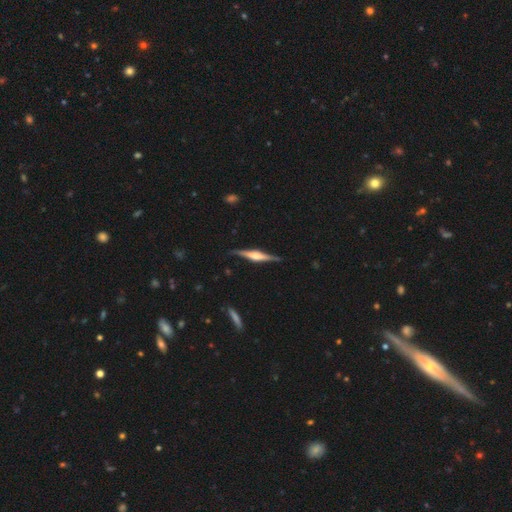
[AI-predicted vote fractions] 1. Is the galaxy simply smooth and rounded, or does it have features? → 79% featured or disk, 16% smooth, 5% star or artifact.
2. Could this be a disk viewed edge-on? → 98% yes, 2% no.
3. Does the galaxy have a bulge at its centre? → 81% rounded, 16% boxy, 4% none.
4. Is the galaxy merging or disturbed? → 86% none, 10% minor disturbance, 2% major disturbance, 1% merger.